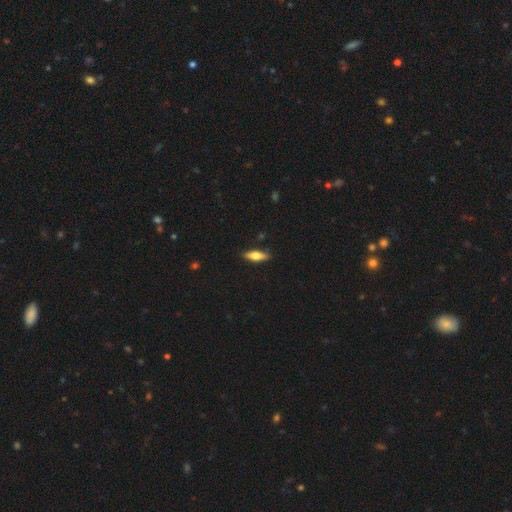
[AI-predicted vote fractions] Smooth or featured: smooth — 60% (featured or disk — 34%)
How rounded: in between — 49% (cigar-shaped — 48%)
Merging: none — 86% (minor disturbance — 10%)